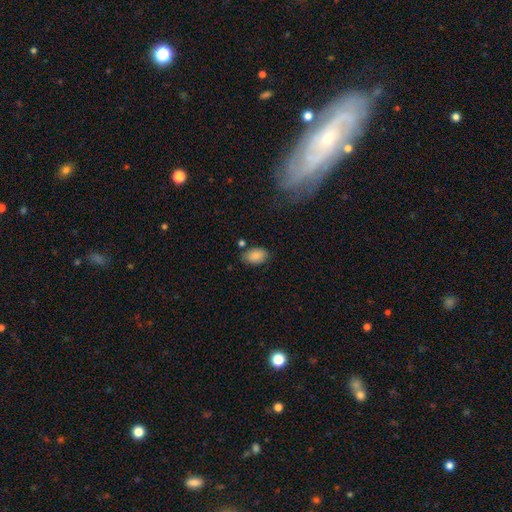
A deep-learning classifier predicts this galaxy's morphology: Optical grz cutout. It shows a smooth galaxy with no disk features (86%) that is in between round and cigar-shaped (89%). Merging: none (74%).